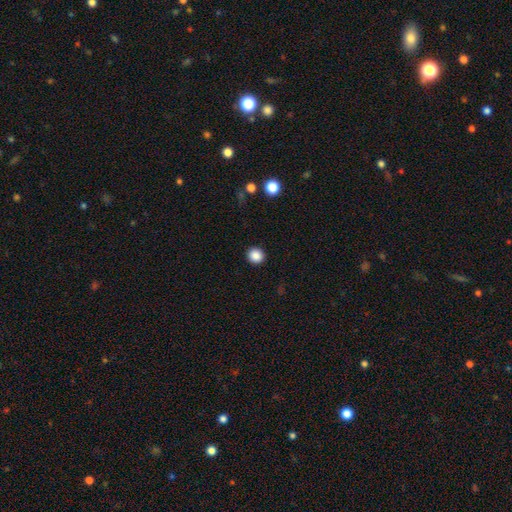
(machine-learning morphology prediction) A smooth galaxy with no disk features (87%) that is round (91%). Merging: none (93%).